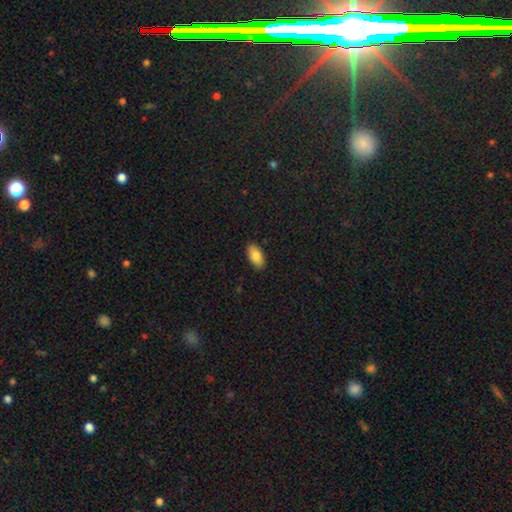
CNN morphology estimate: type=smooth (83%); roundness=in between (93%); merging=none (89%).